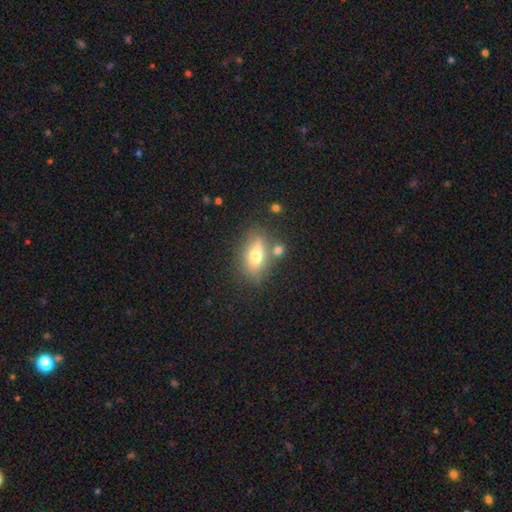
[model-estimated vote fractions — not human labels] Smooth or featured? Predicted: smooth (p=0.62). How rounded? Predicted: in between (p=0.77). Merging? Predicted: none (p=0.65).